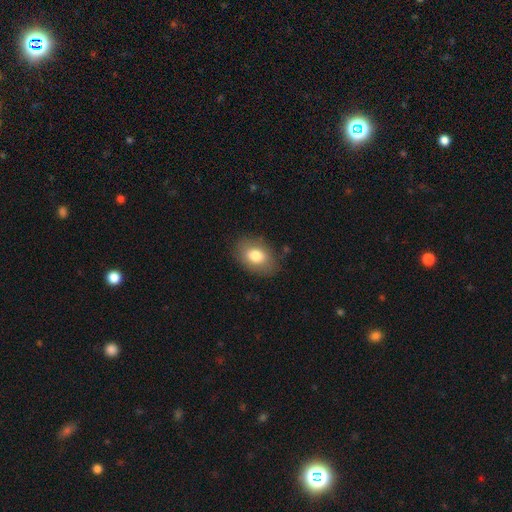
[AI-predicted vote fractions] Smooth or featured? Predicted: smooth (p=0.79). How rounded? Predicted: in between (p=0.84). Merging? Predicted: none (p=0.83).